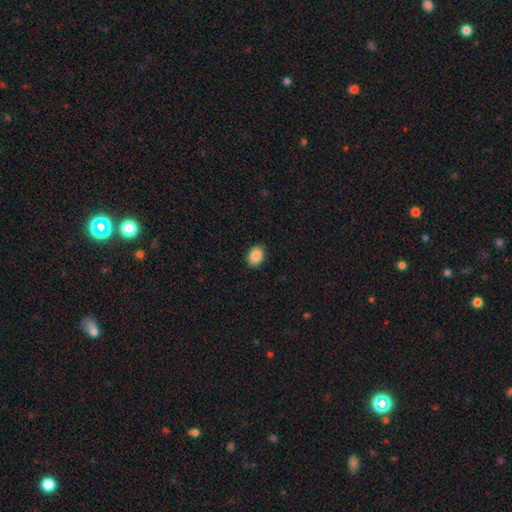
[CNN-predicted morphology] Q: Smooth or featured?
A: smooth (89%); runner-up: star or artifact (8%)
Q: How rounded?
A: in between (74%); runner-up: round (25%)
Q: Merging?
A: none (87%); runner-up: minor disturbance (10%)